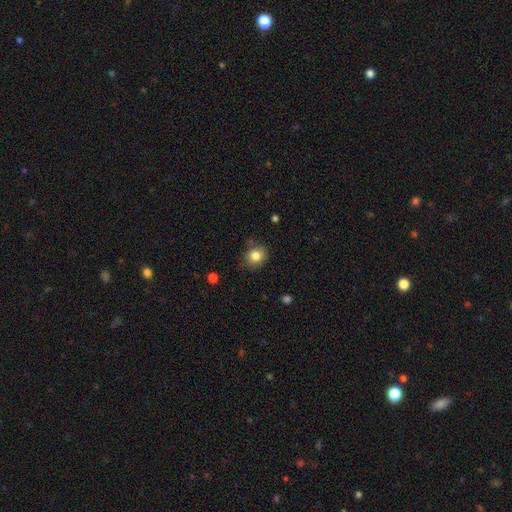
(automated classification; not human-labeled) The model was most divided on "how rounded": round: 65%, in between: 34%, cigar-shaped: 1%. More confident: smooth or featured — smooth (82%); merging — none (76%).